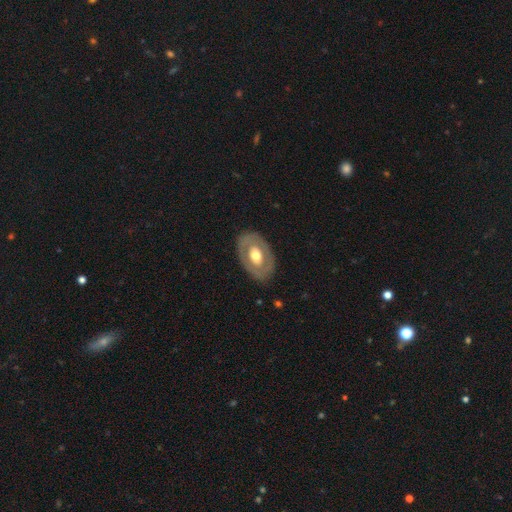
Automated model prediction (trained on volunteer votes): Smooth or featured?
  - featured or disk: 52% *
  - smooth: 43%
  - star or artifact: 5%
Edge-on disk?
  - no: 90% *
  - yes: 10%
Merging?
  - none: 82% *
  - minor disturbance: 12%
  - major disturbance: 5%
  - merger: 1%